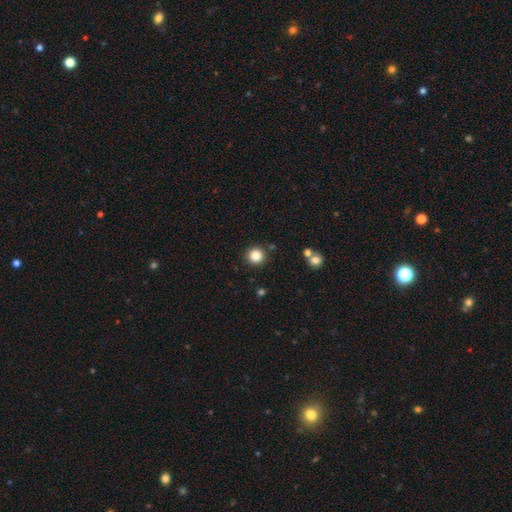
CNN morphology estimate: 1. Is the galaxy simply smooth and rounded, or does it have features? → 85% smooth, 11% star or artifact, 4% featured or disk.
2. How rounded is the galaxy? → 94% round, 5% in between, 1% cigar-shaped.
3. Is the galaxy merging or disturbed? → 87% none, 7% minor disturbance, 3% merger, 2% major disturbance.